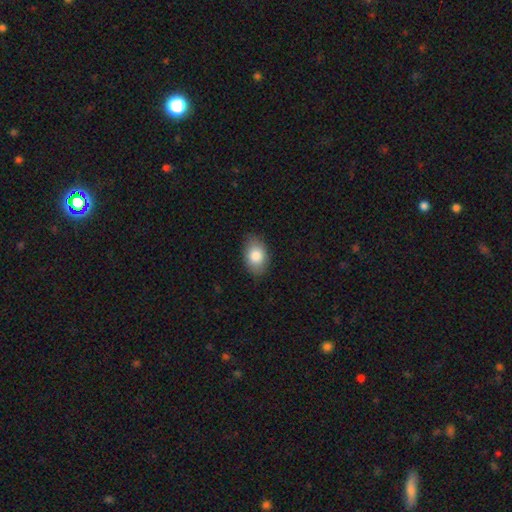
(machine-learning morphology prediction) Smooth or featured? smooth (84%)
How rounded? in between (88%)
Merging? none (84%)